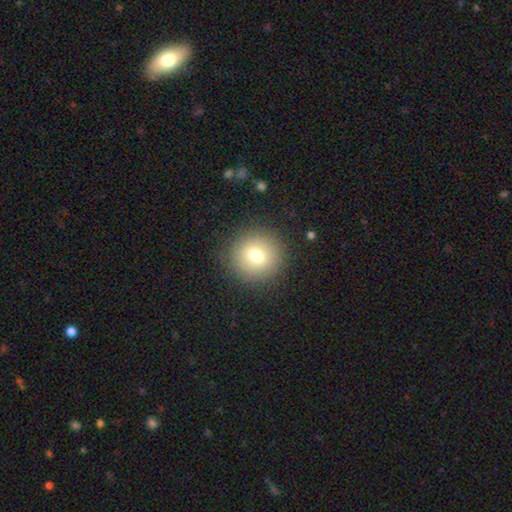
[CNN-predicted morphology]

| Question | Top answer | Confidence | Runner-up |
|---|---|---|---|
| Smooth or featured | smooth | 76% | featured or disk (13%) |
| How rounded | round | 94% | in between (5%) |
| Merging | none | 89% | minor disturbance (7%) |